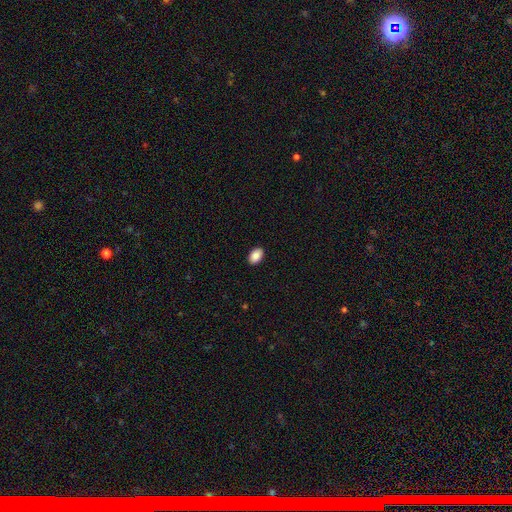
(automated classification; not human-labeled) Smooth or featured: smooth — 87% (star or artifact — 7%)
How rounded: in between — 90% (round — 9%)
Merging: none — 90% (minor disturbance — 7%)